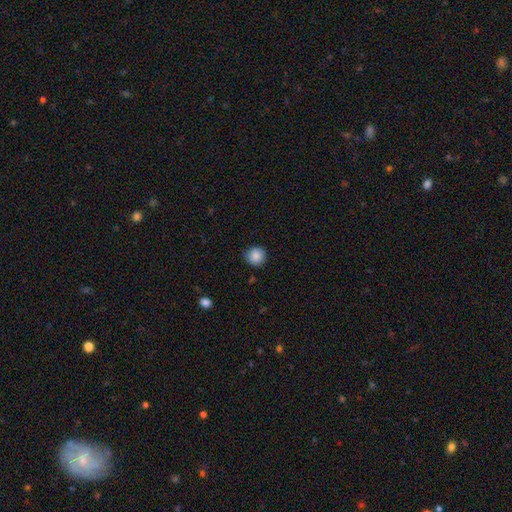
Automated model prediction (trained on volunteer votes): smooth 87%, star or artifact 9%, featured or disk 4%. Down the decision tree: how rounded — round (93%); merging — none (86%).